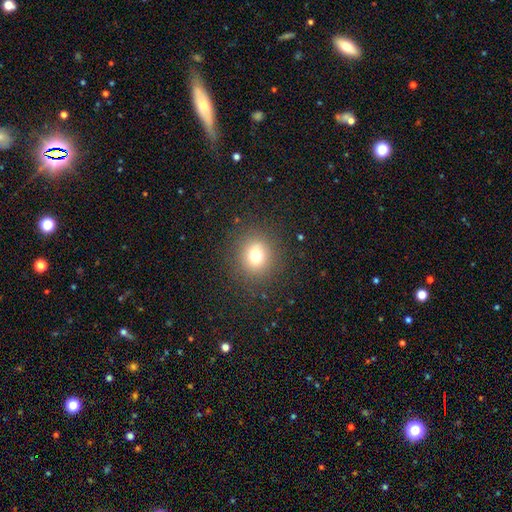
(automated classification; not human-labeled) A smooth galaxy with no disk features (74%) that is round (87%).

Vote fractions:
- Smooth or featured? smooth: 74% / star or artifact: 16% / featured or disk: 10%
- How rounded? round: 87% / in between: 12% / cigar-shaped: 1%
- Merging? none: 88% / minor disturbance: 7% / major disturbance: 4% / merger: 1%